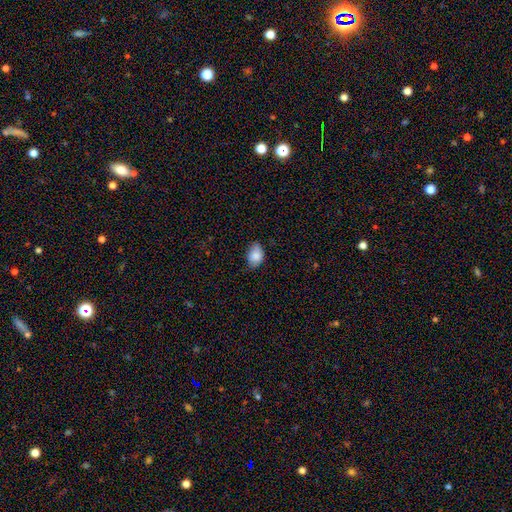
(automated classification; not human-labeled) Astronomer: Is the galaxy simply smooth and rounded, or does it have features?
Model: smooth — 84%.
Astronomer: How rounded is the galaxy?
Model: in between — 83%.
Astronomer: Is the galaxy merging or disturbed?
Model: none — 65%.